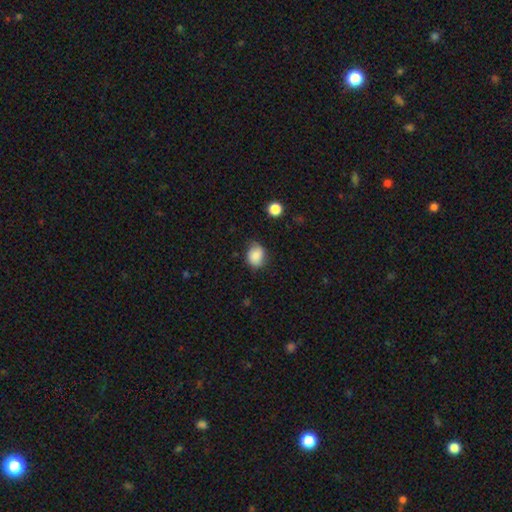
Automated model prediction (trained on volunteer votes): Smooth or featured: smooth — 82% (star or artifact — 9%)
How rounded: round — 50% (in between — 49%)
Merging: none — 68% (minor disturbance — 25%)